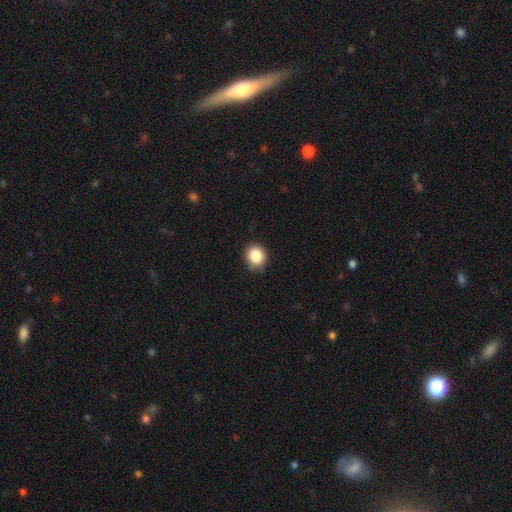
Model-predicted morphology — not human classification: Smooth or featured: smooth — 86% (star or artifact — 10%)
How rounded: round — 78% (in between — 21%)
Merging: none — 82% (minor disturbance — 15%)